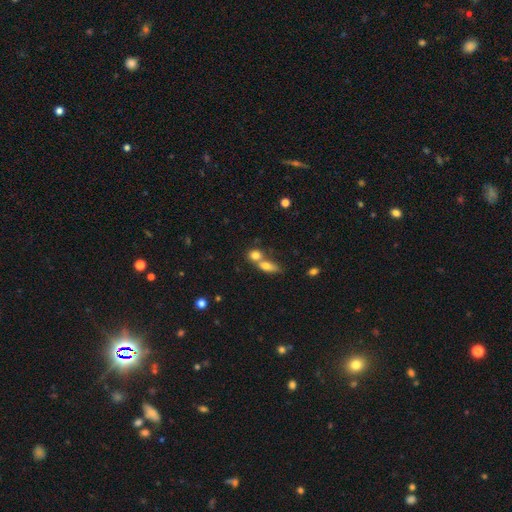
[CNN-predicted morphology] Smooth or featured? Predicted: smooth (p=0.77). How rounded? Predicted: in between (p=0.47). Merging? Predicted: merger (p=0.57).